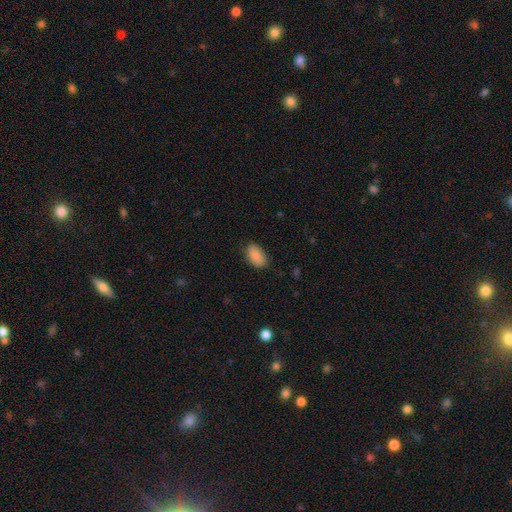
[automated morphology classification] smooth 88%, star or artifact 7%, featured or disk 5%. Down the decision tree: how rounded — in between (93%); merging — none (81%).